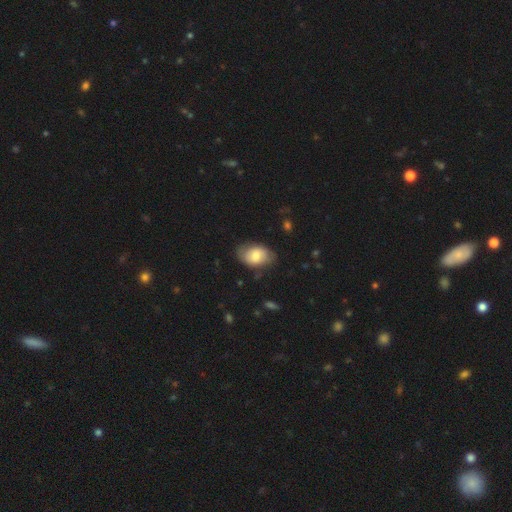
This appears to be a smooth galaxy with no disk features (79%) that is in between round and cigar-shaped (93%). Merging: none (68%).